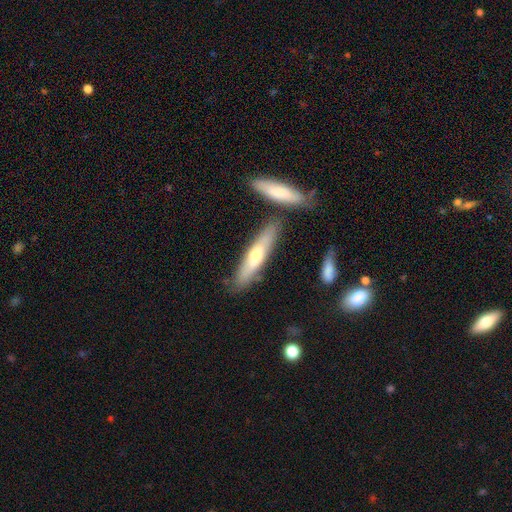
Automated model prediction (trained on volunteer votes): Morphology: type=smooth (53%); roundness=cigar-shaped (81%); merging=none (76%).